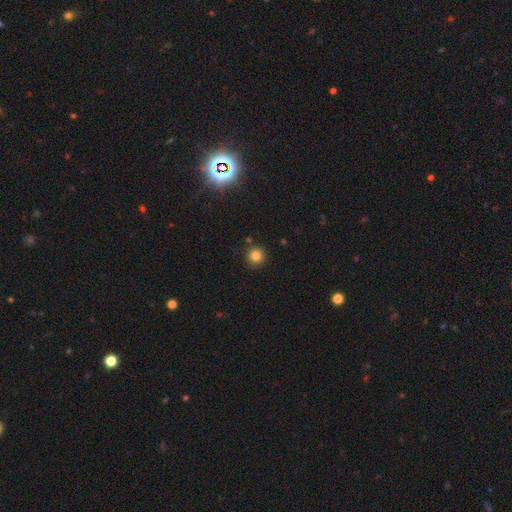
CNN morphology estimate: Overall: smooth (83%). How rounded: round (95%). Merging: none (88%).